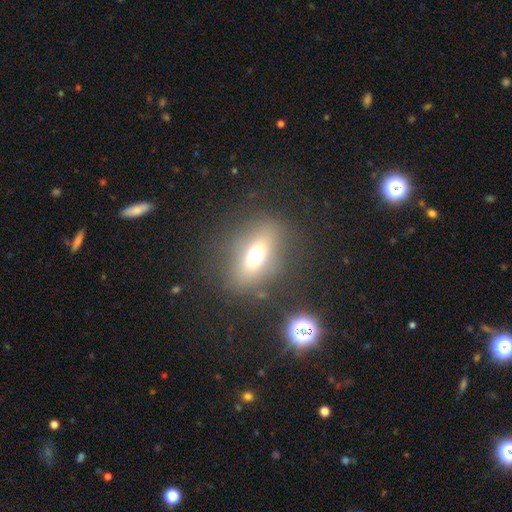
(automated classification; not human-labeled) smooth_or_featured: smooth (p=0.60) [alt: featured or disk p=0.25]
how_rounded: in between (p=0.67) [alt: round p=0.20]
merging: none (p=0.78) [alt: minor disturbance p=0.12]